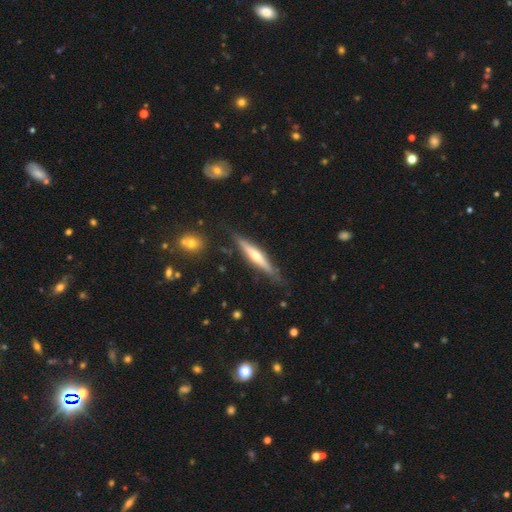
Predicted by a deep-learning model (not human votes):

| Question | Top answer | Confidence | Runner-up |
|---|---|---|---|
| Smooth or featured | featured or disk | 60% | smooth (34%) |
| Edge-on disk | yes | 95% | no (5%) |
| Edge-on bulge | rounded | 66% | none (21%) |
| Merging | none | 81% | minor disturbance (14%) |